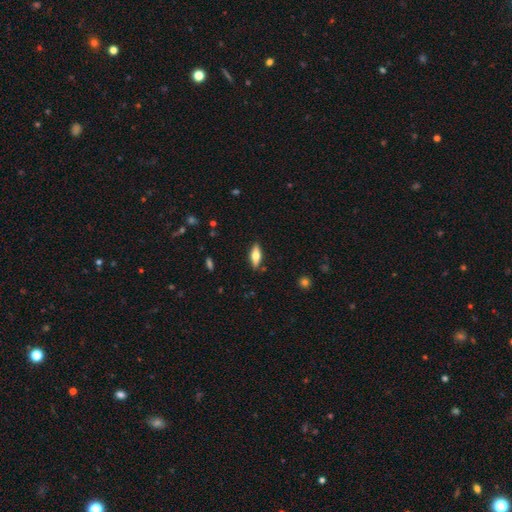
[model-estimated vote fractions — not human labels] Morphology: type=smooth (53%); roundness=in between (61%); merging=none (87%).